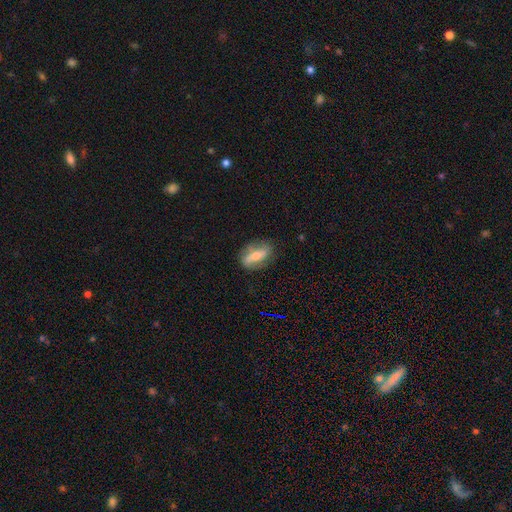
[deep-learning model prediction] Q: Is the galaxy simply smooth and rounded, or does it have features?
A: featured or disk — 52%.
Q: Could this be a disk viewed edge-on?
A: no — 78%.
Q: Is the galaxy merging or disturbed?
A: none — 74%.